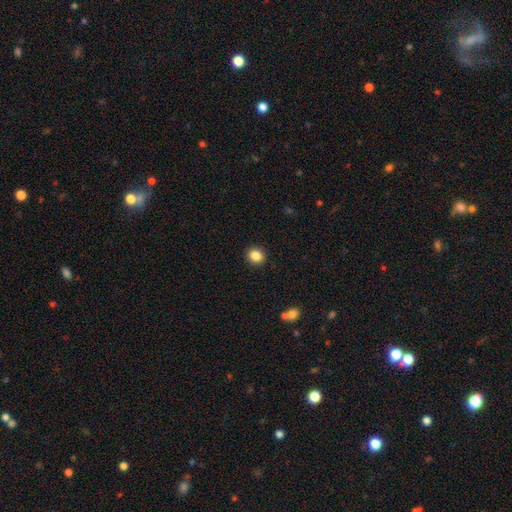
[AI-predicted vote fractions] smooth_or_featured: smooth (p=0.85) [alt: star or artifact p=0.10]
how_rounded: round (p=0.82) [alt: in between p=0.17]
merging: none (p=0.92) [alt: minor disturbance p=0.05]